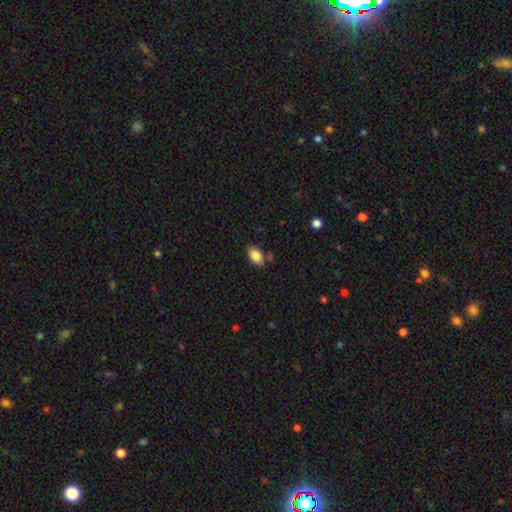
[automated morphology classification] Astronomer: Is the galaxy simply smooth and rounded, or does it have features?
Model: smooth — 86%.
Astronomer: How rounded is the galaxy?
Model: in between — 90%.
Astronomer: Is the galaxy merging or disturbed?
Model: none — 77%.